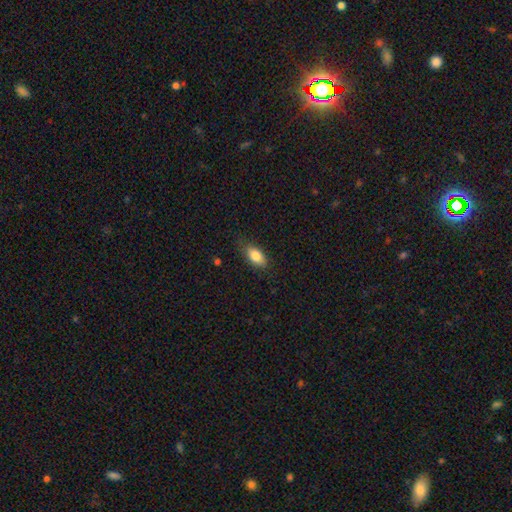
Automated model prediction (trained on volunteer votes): smooth_or_featured: smooth (p=0.83) [alt: featured or disk p=0.10]
how_rounded: in between (p=0.88) [alt: cigar-shaped p=0.07]
merging: none (p=0.79) [alt: minor disturbance p=0.16]